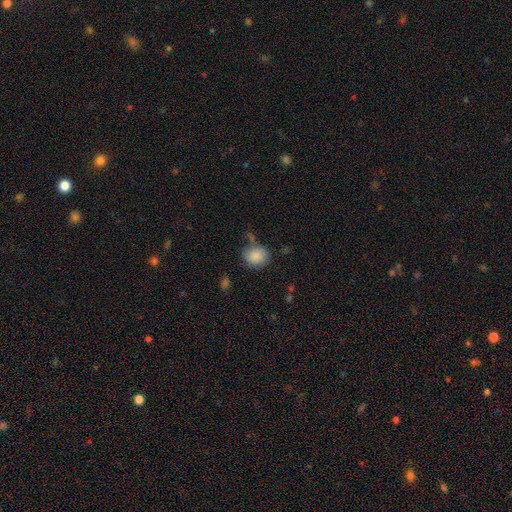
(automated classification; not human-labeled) Smooth or featured? Predicted: smooth (p=0.87). How rounded? Predicted: round (p=0.70). Merging? Predicted: none (p=0.70).